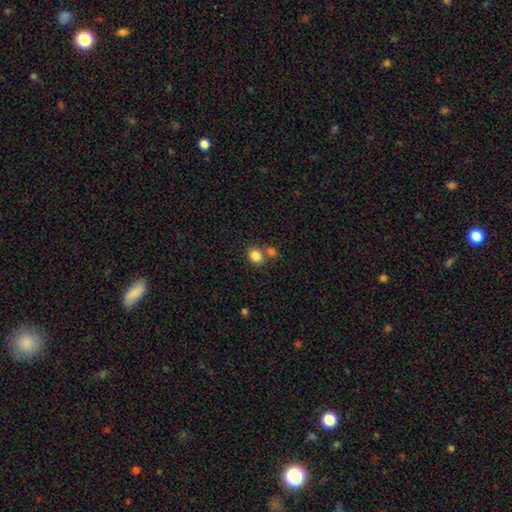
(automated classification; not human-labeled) smooth-or-featured: smooth: 84% | star or artifact: 10% | featured or disk: 6%
  how-rounded: round: 61% | in between: 38% | cigar-shaped: 1%
  merging: none: 57% | merger: 31% | minor disturbance: 9% | major disturbance: 3%